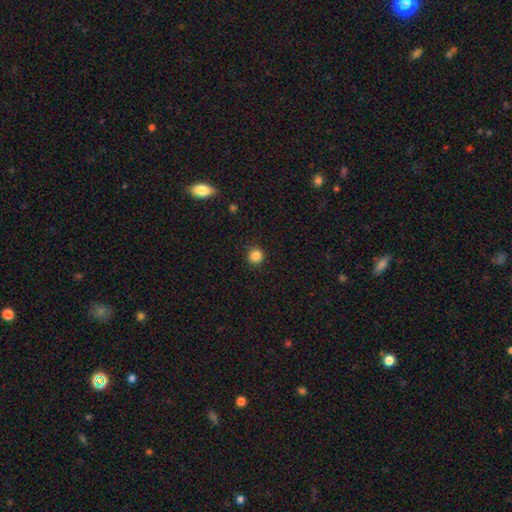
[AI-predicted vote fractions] The model was most divided on "smooth or featured": smooth: 86%, star or artifact: 11%, featured or disk: 3%. More confident: how rounded — round (94%); merging — none (92%).